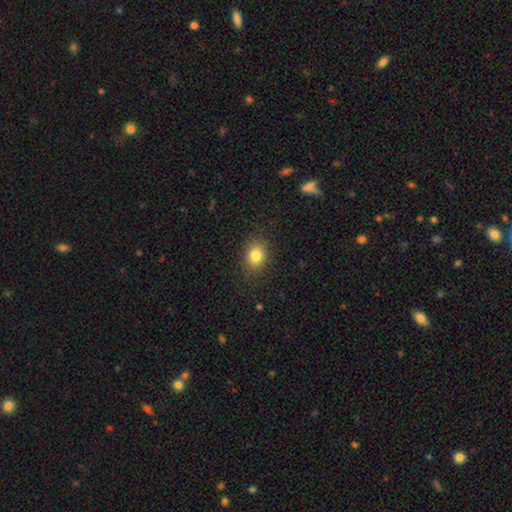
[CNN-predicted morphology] Smooth or featured? Predicted: smooth (p=0.82). How rounded? Predicted: in between (p=0.52). Merging? Predicted: none (p=0.86).